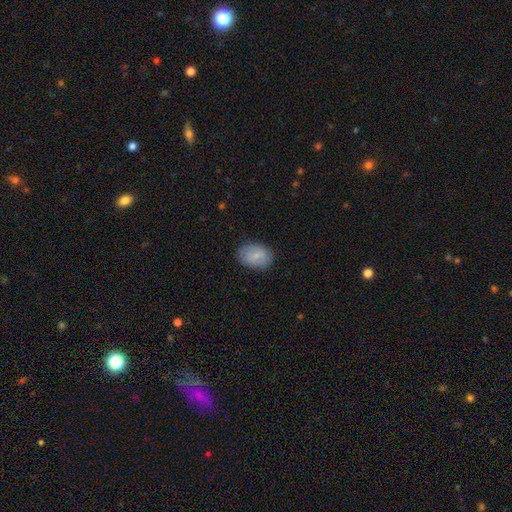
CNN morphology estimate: The model was most divided on "smooth or featured": smooth: 70%, featured or disk: 23%, star or artifact: 7%. More confident: merging — none (84%); how rounded — in between (81%).